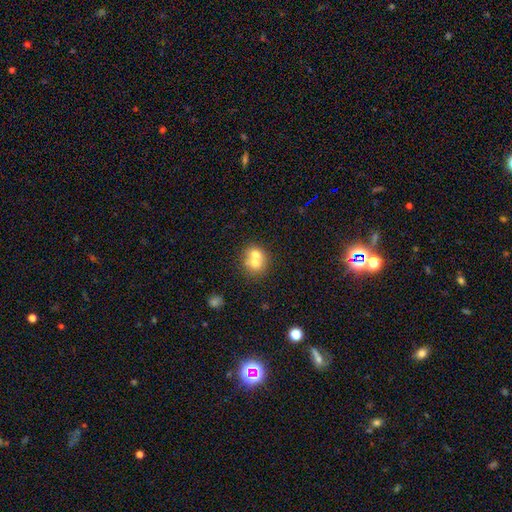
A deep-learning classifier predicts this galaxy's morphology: smooth_or_featured: smooth (p=0.65) [alt: featured or disk p=0.24]
how_rounded: round (p=0.73) [alt: in between p=0.27]
merging: merger (p=0.64) [alt: none p=0.28]